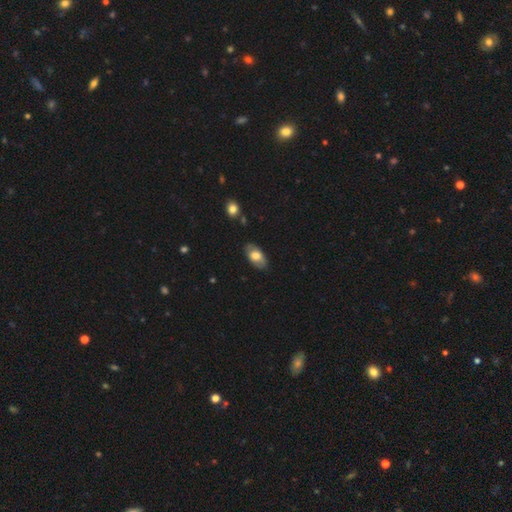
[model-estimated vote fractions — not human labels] Overall: smooth (70%). How rounded: in between (93%). Merging: none (81%).